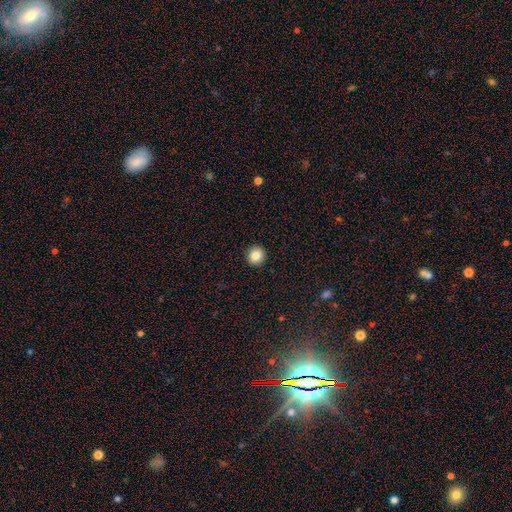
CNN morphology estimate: The model was most divided on "smooth or featured": smooth: 84%, star or artifact: 10%, featured or disk: 6%. More confident: how rounded — round (94%); merging — none (93%).